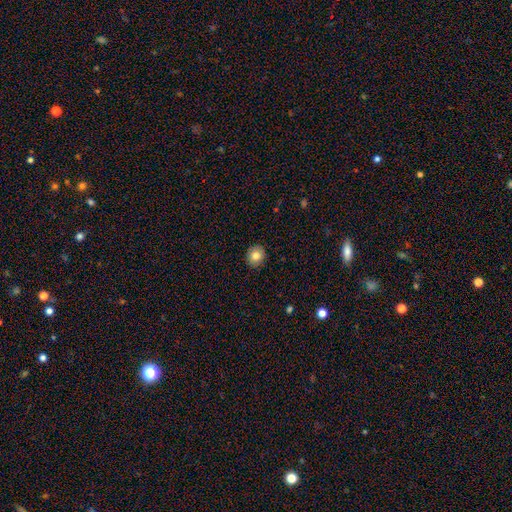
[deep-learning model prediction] Smooth or featured? Predicted: smooth (p=0.82). How rounded? Predicted: round (p=0.81). Merging? Predicted: none (p=0.90).